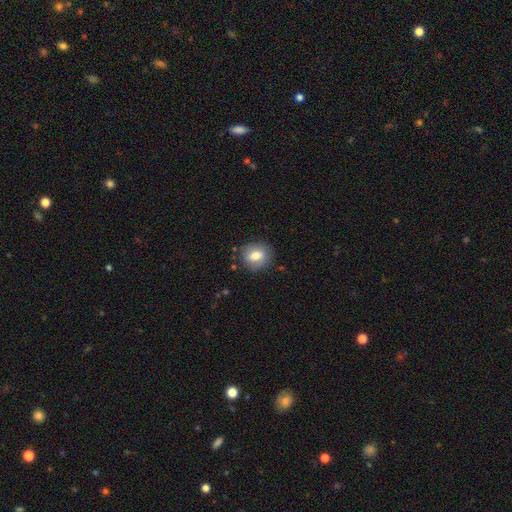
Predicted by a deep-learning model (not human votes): A smooth galaxy with no disk features (77%) that is round (62%).

Vote fractions:
- Smooth or featured? smooth: 77% / featured or disk: 14% / star or artifact: 8%
- How rounded? round: 62% / in between: 37% / cigar-shaped: 1%
- Merging? none: 81% / minor disturbance: 14% / major disturbance: 3% / merger: 2%